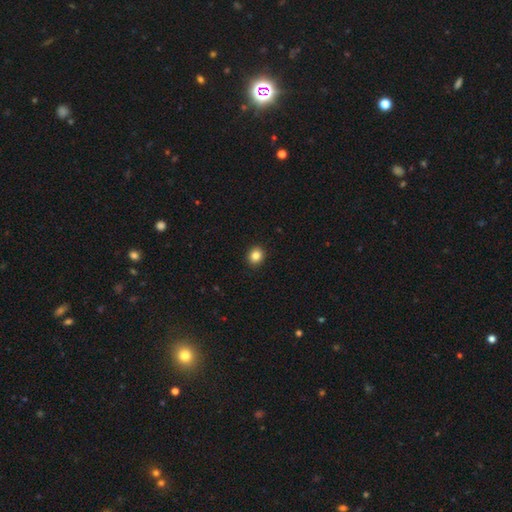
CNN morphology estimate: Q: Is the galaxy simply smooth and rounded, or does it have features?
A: smooth — 85%.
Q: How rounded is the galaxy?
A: round — 80%.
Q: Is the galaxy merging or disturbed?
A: none — 92%.